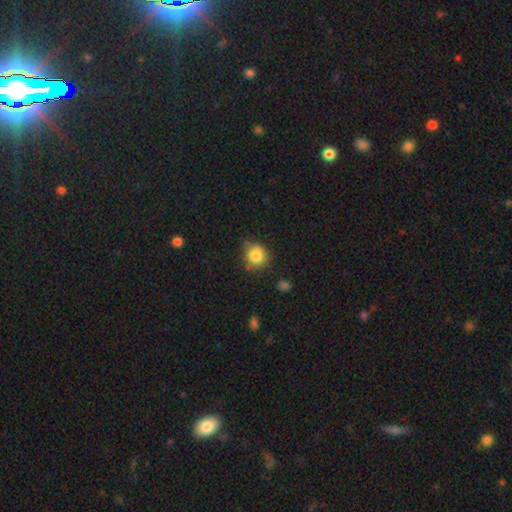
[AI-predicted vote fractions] Morphology: type=smooth (82%); roundness=round (83%); merging=none (67%).